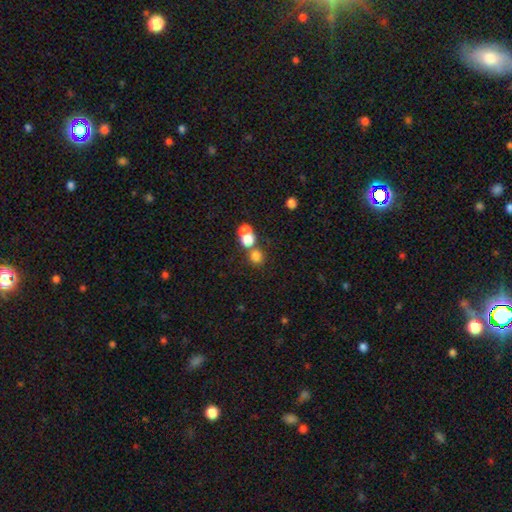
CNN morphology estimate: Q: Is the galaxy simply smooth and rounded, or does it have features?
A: smooth — 74%.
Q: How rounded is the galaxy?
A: round — 84%.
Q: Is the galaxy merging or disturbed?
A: none — 46%.